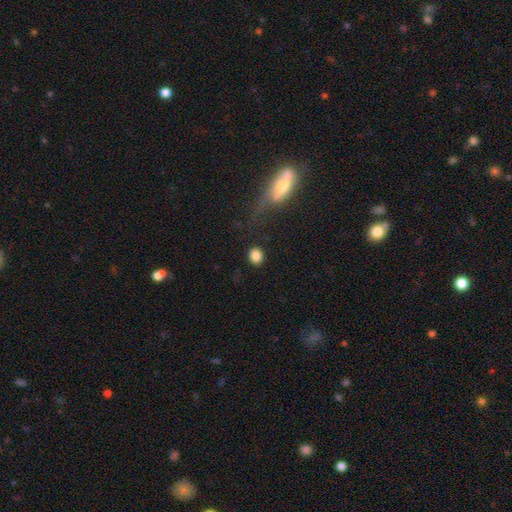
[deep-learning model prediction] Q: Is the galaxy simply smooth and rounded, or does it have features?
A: smooth — 84%.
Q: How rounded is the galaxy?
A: round — 75%.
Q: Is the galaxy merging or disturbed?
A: none — 87%.